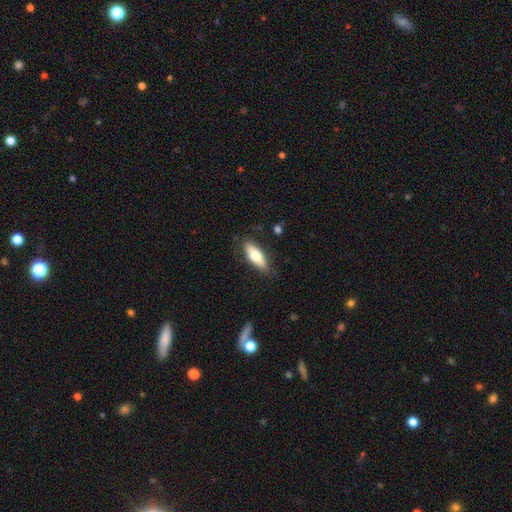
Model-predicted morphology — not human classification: smooth 67%, featured or disk 27%, star or artifact 6%. Down the decision tree: how rounded — in between (64%); merging — none (82%).